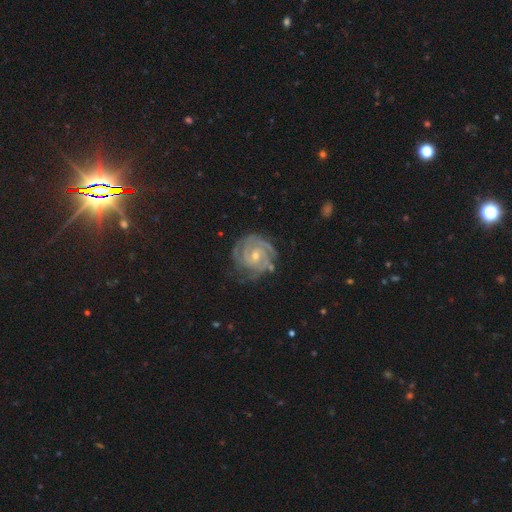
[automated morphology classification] featured or disk 92%, star or artifact 4%, smooth 4%. Down the decision tree: edge-on disk — no (98%); bar — no (59%); spiral arms — yes (99%); spiral arm count — 3 (34%); spiral winding — tight (79%); bulge size — small (61%); merging — none (73%).